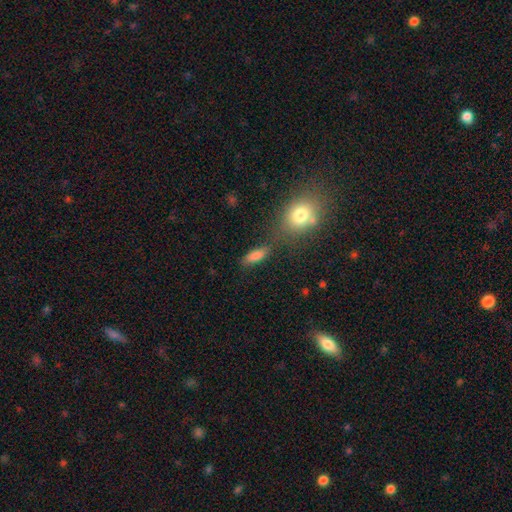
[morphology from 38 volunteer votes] A smooth galaxy with no disk features (92%) that is in between round and cigar-shaped (63%). Merging: none (67%).